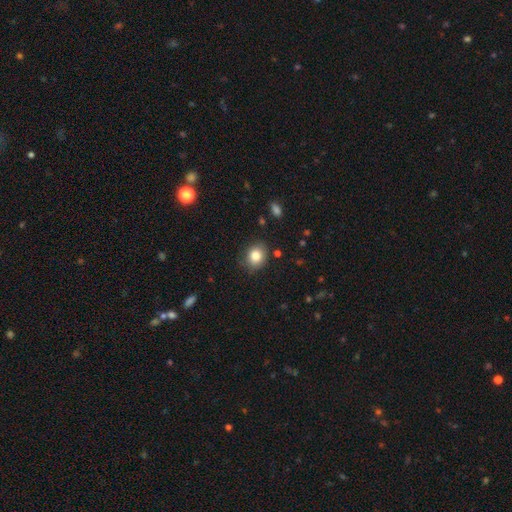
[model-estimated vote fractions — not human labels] This appears to be a smooth galaxy with no disk features (83%) that is round (60%). Merging: none (82%).